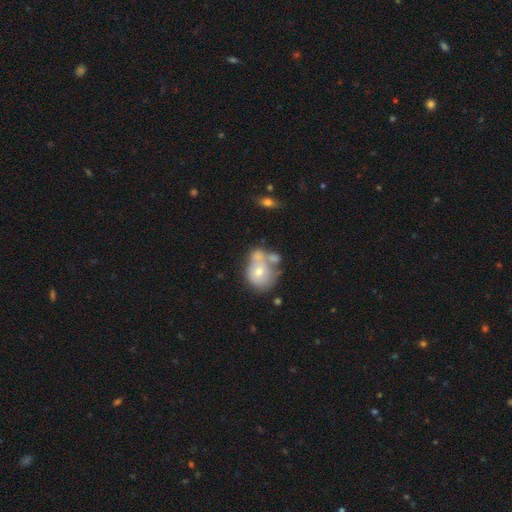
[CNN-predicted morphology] smooth 45%, featured or disk 39%, star or artifact 16%. Down the decision tree: merging — merger (41%).